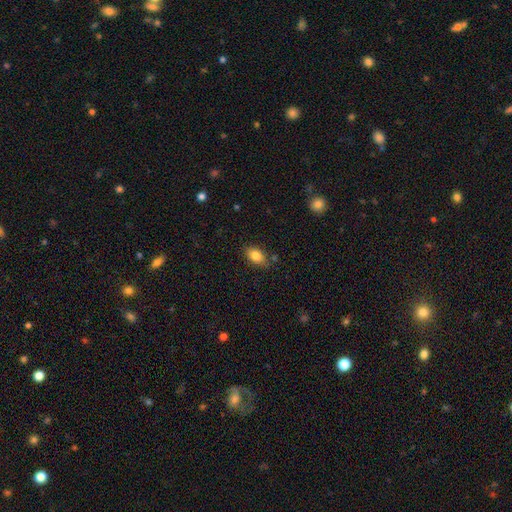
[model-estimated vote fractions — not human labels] Overall: smooth (84%). How rounded: in between (86%). Merging: none (77%).